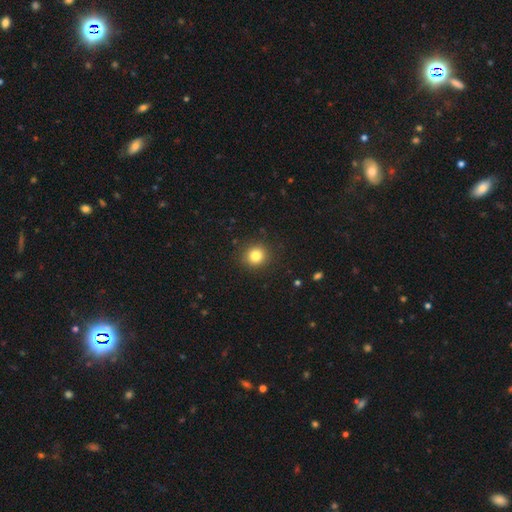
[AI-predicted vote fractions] Smooth or featured? smooth (82%)
How rounded? round (89%)
Merging? none (90%)